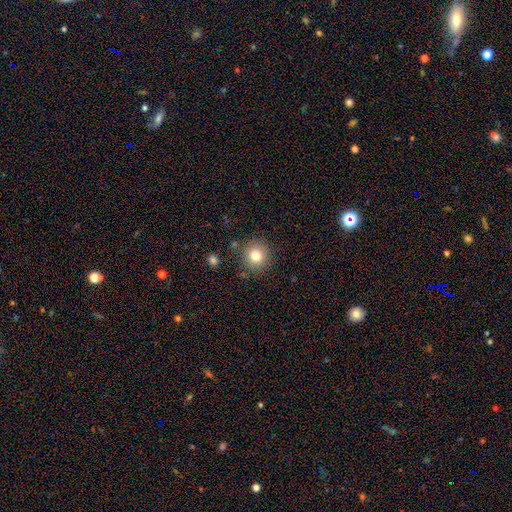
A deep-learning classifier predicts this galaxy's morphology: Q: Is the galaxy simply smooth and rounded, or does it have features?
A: smooth — 79%.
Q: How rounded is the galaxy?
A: round — 92%.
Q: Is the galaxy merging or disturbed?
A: none — 86%.